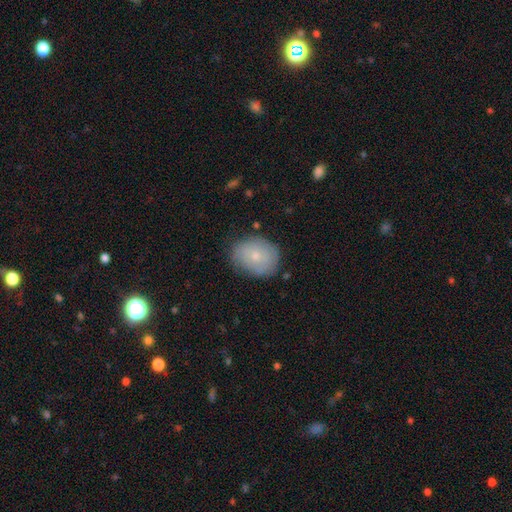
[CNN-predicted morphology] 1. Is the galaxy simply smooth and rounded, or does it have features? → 69% smooth, 23% featured or disk, 8% star or artifact.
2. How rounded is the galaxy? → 58% in between, 41% round, 1% cigar-shaped.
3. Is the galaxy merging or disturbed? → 75% none, 19% minor disturbance, 4% major disturbance, 1% merger.